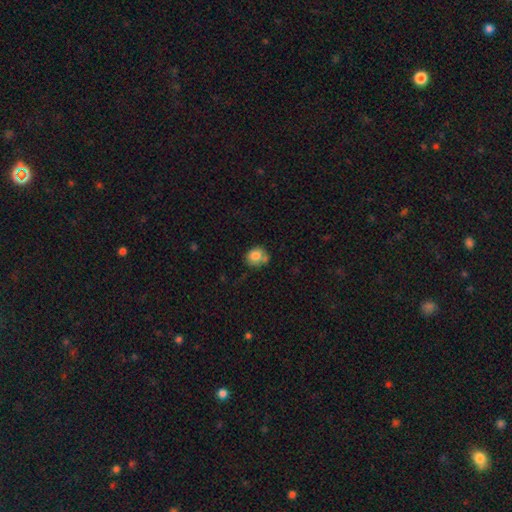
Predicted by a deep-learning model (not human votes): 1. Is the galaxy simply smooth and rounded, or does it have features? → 80% smooth, 10% featured or disk, 9% star or artifact.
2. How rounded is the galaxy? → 67% round, 33% in between, 1% cigar-shaped.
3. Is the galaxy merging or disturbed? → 55% none, 21% minor disturbance, 18% merger, 5% major disturbance.